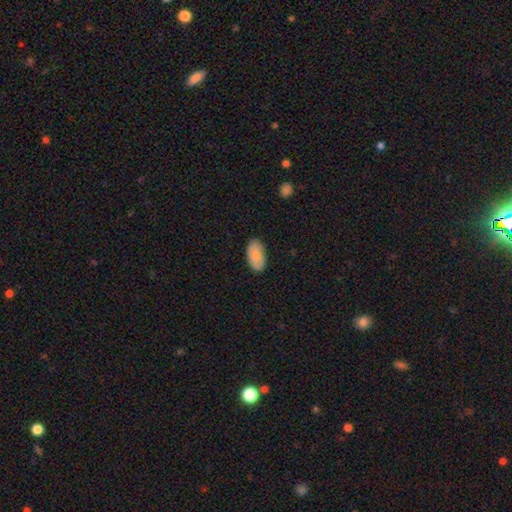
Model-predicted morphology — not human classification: This appears to be a smooth galaxy with no disk features (82%) that is in between round and cigar-shaped (94%). Merging: none (84%).